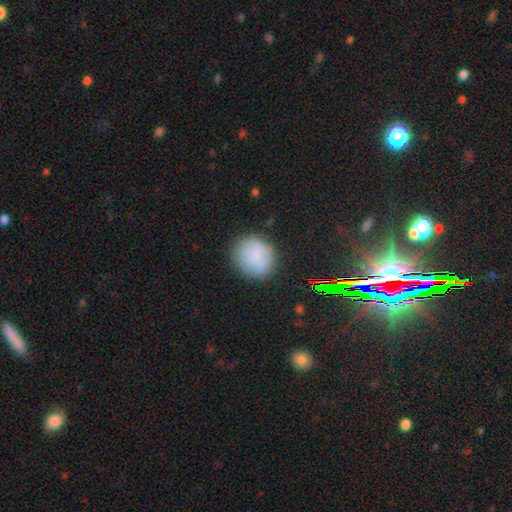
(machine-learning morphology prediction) This appears to be a smooth galaxy with no disk features (80%) that is round (82%). Merging: none (79%).